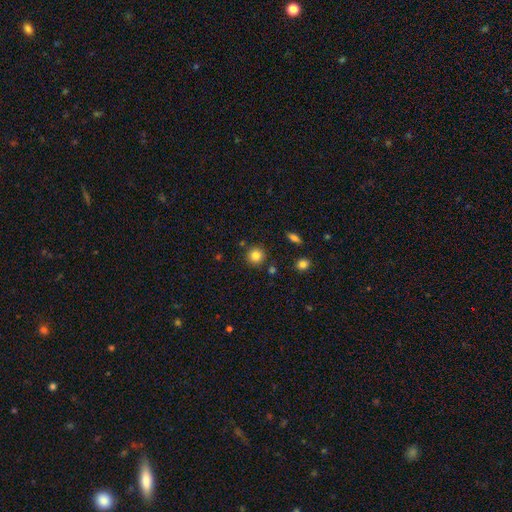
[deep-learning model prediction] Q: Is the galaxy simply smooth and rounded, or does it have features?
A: smooth — 83%.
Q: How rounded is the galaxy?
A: round — 94%.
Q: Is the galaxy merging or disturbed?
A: none — 87%.